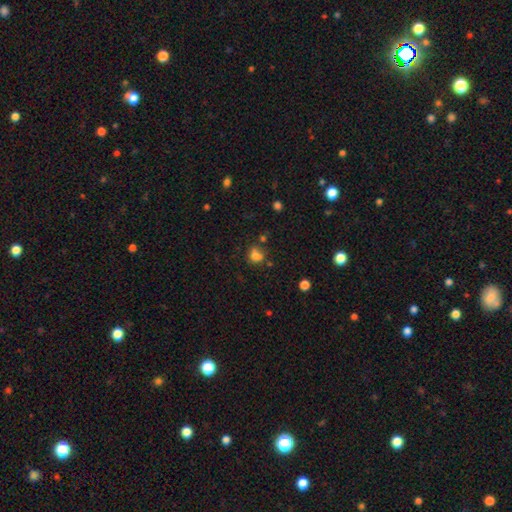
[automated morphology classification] This appears to be a smooth galaxy with no disk features (73%) that is round (55%). Merging: none (46%).